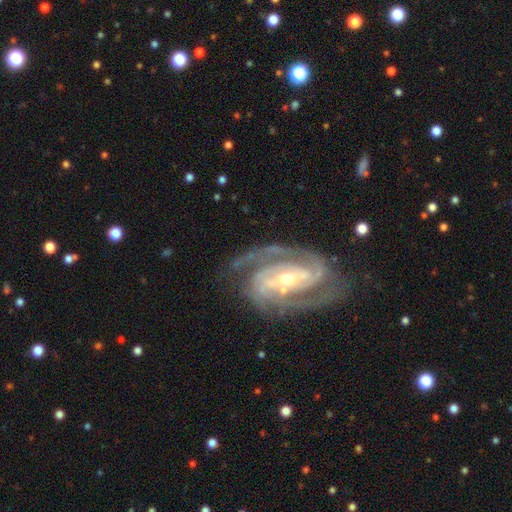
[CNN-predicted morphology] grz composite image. It shows a featured or disk galaxy (91%) with a strong bar (49%), 2 (63%) tight (53%) spiral arms (98%) and a small central bulge (59%). Merging: none (77%).